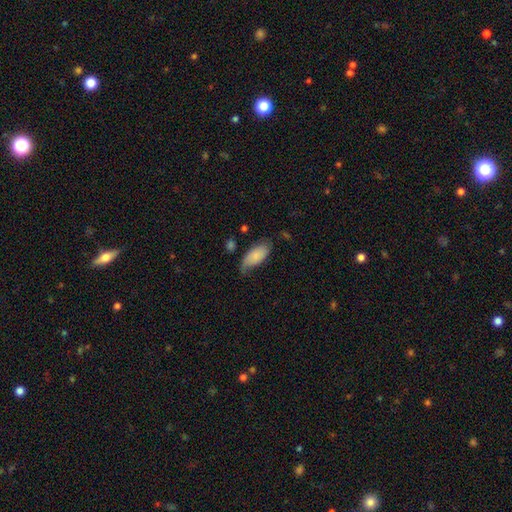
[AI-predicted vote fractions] This is likely a smooth galaxy (75%). How rounded: clearly in between (92%). Merging: possibly none (49%).